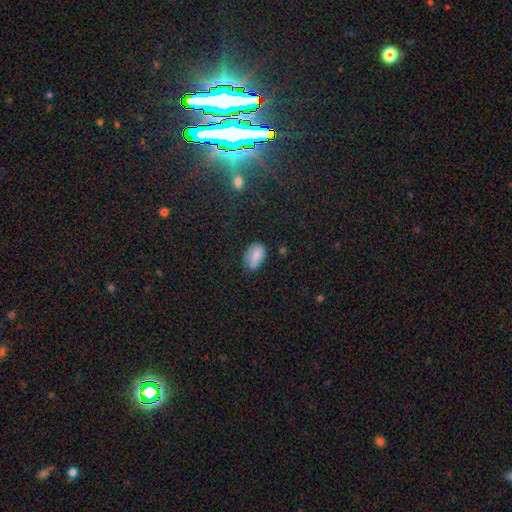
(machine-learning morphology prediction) The model was most divided on "merging": none: 57%, minor disturbance: 32%, major disturbance: 8%, merger: 3%. More confident: how rounded — in between (87%); smooth or featured — smooth (74%).